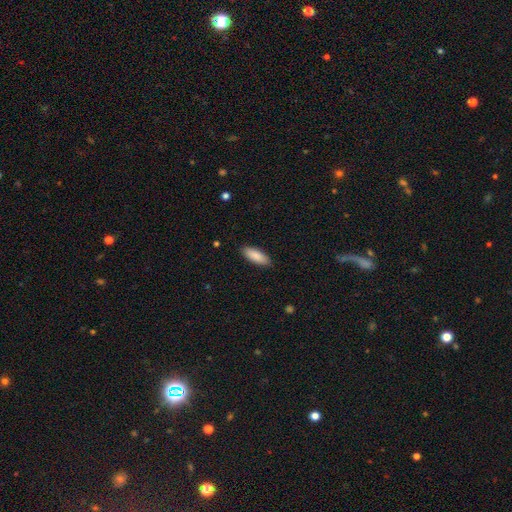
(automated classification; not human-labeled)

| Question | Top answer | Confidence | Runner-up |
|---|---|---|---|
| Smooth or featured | smooth | 88% | featured or disk (6%) |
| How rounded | in between | 69% | cigar-shaped (30%) |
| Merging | none | 88% | minor disturbance (9%) |